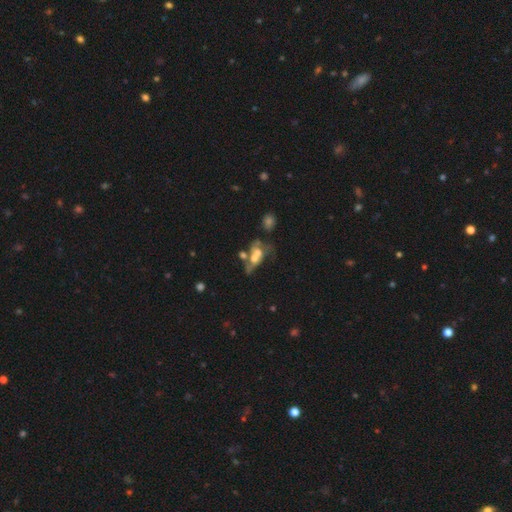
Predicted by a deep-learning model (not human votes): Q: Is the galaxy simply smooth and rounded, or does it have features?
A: featured or disk — 47%.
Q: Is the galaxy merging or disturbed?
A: merger — 50%.